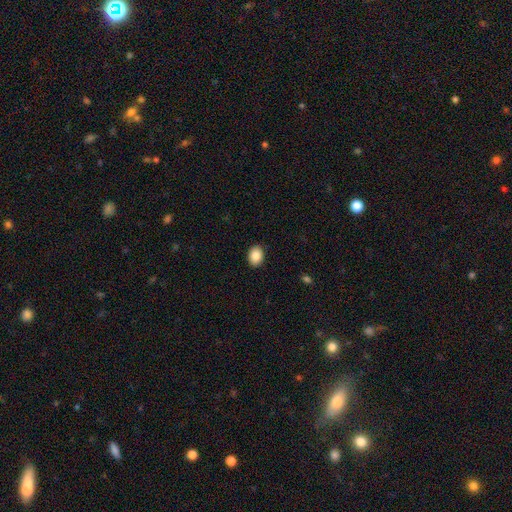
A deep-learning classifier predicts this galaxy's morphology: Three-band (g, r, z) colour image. It shows a smooth galaxy with no disk features (87%) that is in between round and cigar-shaped (66%). Merging: none (91%).